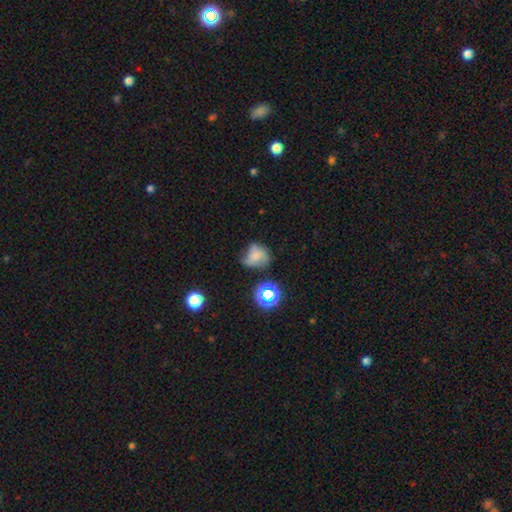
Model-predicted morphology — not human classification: This appears to be a smooth galaxy with no disk features (56%) that is round (58%). Merging: none (38%).